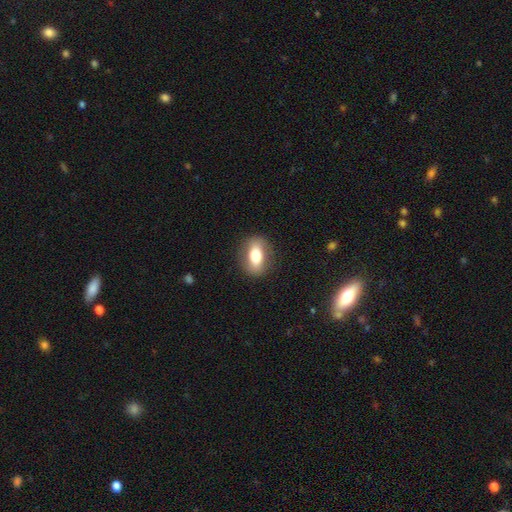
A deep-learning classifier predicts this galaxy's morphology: This appears to be a smooth galaxy with no disk features (69%) that is in between round and cigar-shaped (79%). Merging: none (84%).